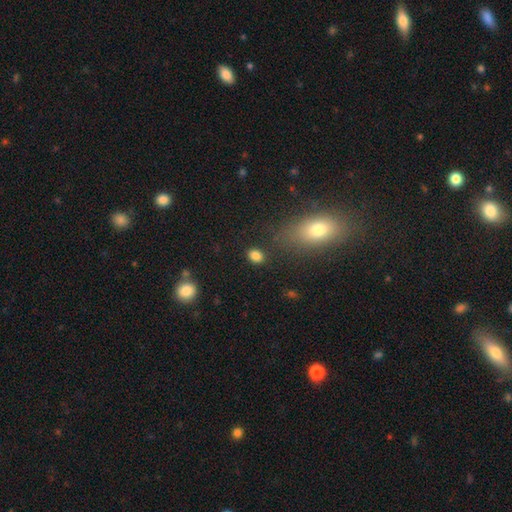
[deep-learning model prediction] smooth_or_featured: smooth (p=0.84) [alt: star or artifact p=0.11]
how_rounded: in between (p=0.65) [alt: round p=0.33]
merging: none (p=0.81) [alt: minor disturbance p=0.11]